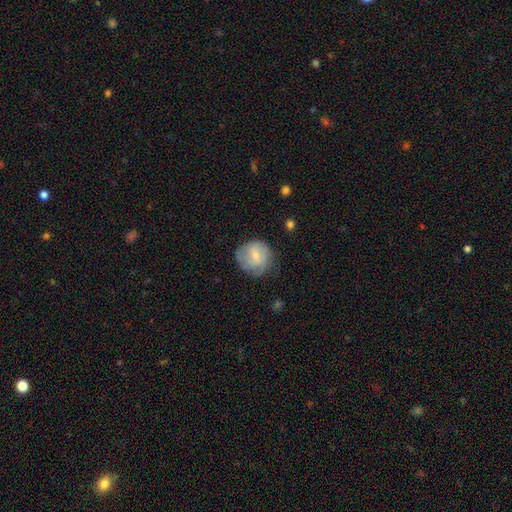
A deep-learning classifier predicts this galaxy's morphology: This is possibly a smooth galaxy (51%). How rounded: clearly round (85%). Merging: likely none (62%).